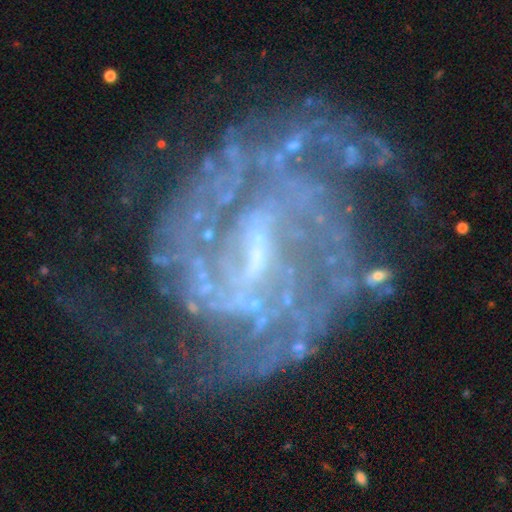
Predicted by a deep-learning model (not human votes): Smooth or featured?
  - featured or disk: 89% *
  - star or artifact: 7%
  - smooth: 4%
Edge-on disk?
  - no: 98% *
  - yes: 2%
Bar?
  - weak: 53% *
  - strong: 32%
  - no: 15%
Spiral arms?
  - yes: 93% *
  - no: 7%
Spiral winding?
  - tight: 46% *
  - medium: 41%
  - loose: 13%
Spiral arm count?
  - 2: 36% *
  - can't tell: 30%
  - 3: 13%
  - 4: 8%
  - 1: 7%
  - more than 4: 7%
Bulge size?
  - small: 53% *
  - none: 23%
  - moderate: 20%
  - large: 2%
  - dominant: 1%
Merging?
  - none: 61% *
  - major disturbance: 19%
  - minor disturbance: 18%
  - merger: 2%